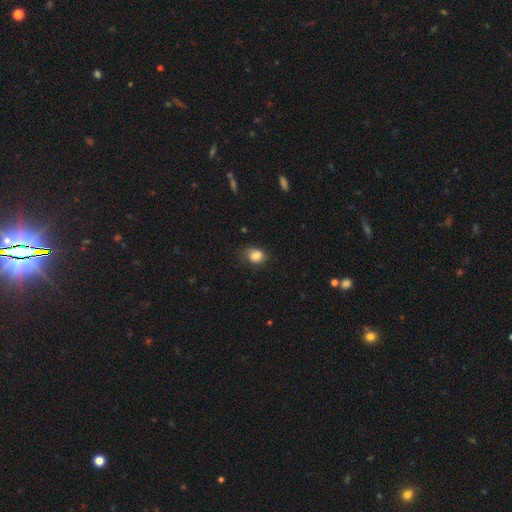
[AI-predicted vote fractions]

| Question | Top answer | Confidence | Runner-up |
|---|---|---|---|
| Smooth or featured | smooth | 84% | star or artifact (9%) |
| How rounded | in between | 65% | round (34%) |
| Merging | none | 69% | minor disturbance (24%) |